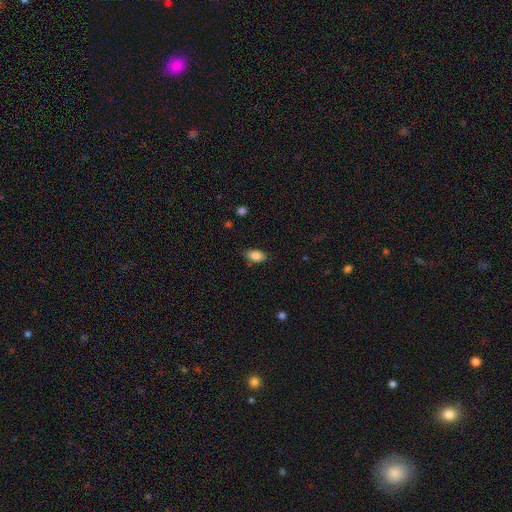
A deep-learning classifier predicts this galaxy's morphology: This appears to be a smooth galaxy with no disk features (85%) that is in between round and cigar-shaped (90%). Merging: none (79%).